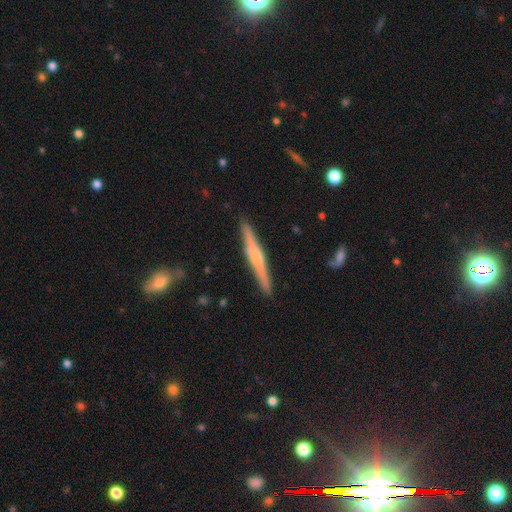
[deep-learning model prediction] A featured or disk galaxy (66%) viewed edge-on (98%) with a rounded central bulge (70%).

Vote fractions:
- Smooth or featured? featured or disk: 66% / smooth: 29% / star or artifact: 6%
- Edge-on disk? yes: 98% / no: 2%
- Edge-on bulge? rounded: 70% / none: 16% / boxy: 14%
- Merging? none: 90% / minor disturbance: 7% / major disturbance: 2% / merger: 1%